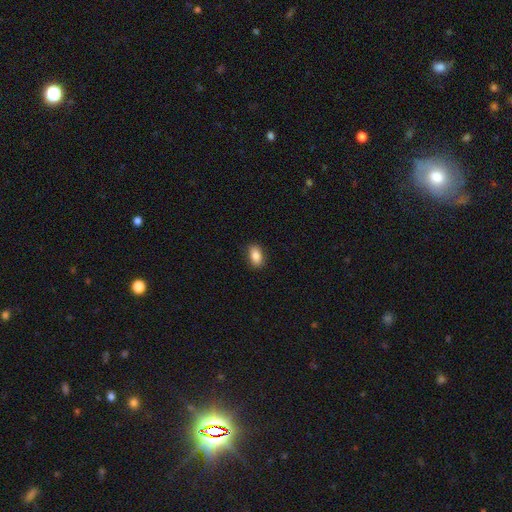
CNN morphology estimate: A smooth galaxy with no disk features (86%) that is in between round and cigar-shaped (89%). Merging: none (88%).